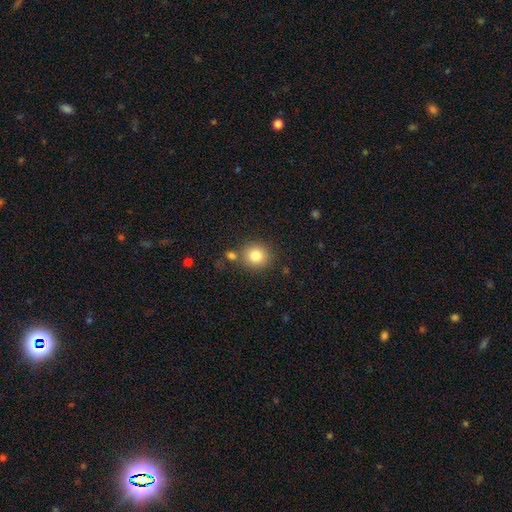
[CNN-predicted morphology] Smooth or featured? smooth (82%)
How rounded? round (88%)
Merging? none (75%)